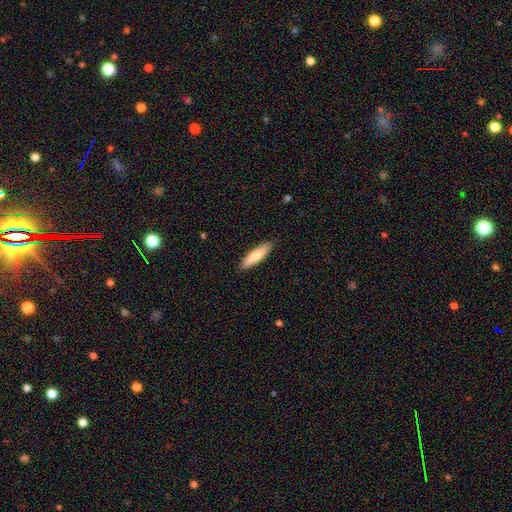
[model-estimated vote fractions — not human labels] Q: Smooth or featured?
A: smooth (70%); runner-up: featured or disk (24%)
Q: How rounded?
A: cigar-shaped (71%); runner-up: in between (28%)
Q: Merging?
A: none (89%); runner-up: minor disturbance (8%)